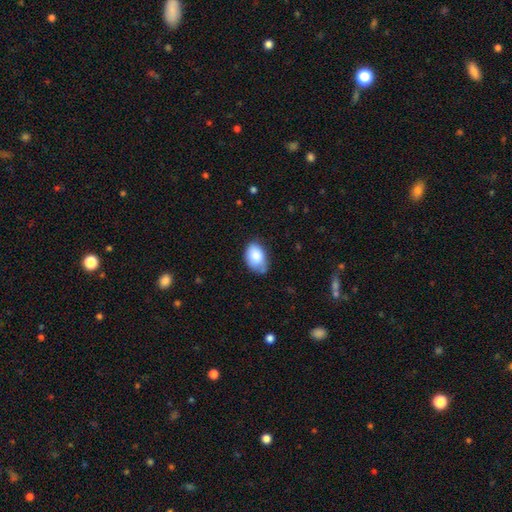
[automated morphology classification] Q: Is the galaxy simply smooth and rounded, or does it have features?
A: smooth — 85%.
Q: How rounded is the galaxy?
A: in between — 88%.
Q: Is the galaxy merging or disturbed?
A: none — 60%.